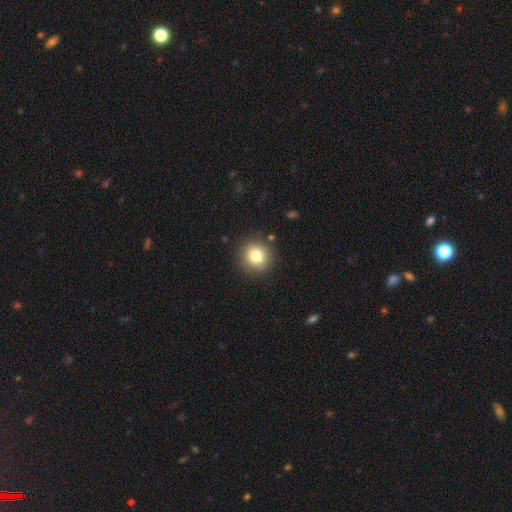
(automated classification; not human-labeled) Smooth or featured?
  - smooth: 80% *
  - star or artifact: 11%
  - featured or disk: 9%
How rounded?
  - round: 93% *
  - in between: 6%
  - cigar-shaped: 1%
Merging?
  - none: 88% *
  - minor disturbance: 8%
  - major disturbance: 2%
  - merger: 2%